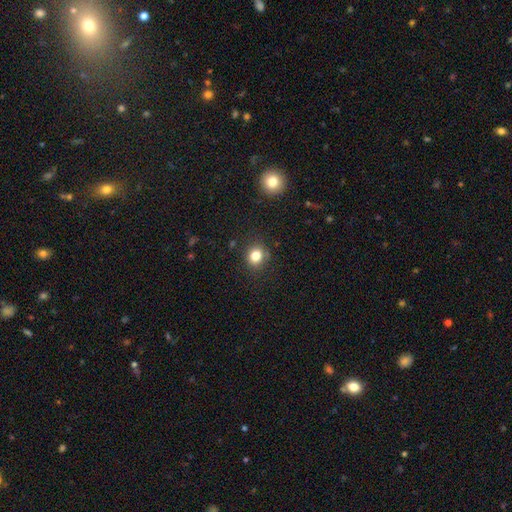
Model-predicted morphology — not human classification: Smooth or featured?
  - smooth: 81% *
  - star or artifact: 12%
  - featured or disk: 6%
How rounded?
  - round: 78% *
  - in between: 21%
  - cigar-shaped: 1%
Merging?
  - none: 86% *
  - minor disturbance: 10%
  - major disturbance: 3%
  - merger: 2%